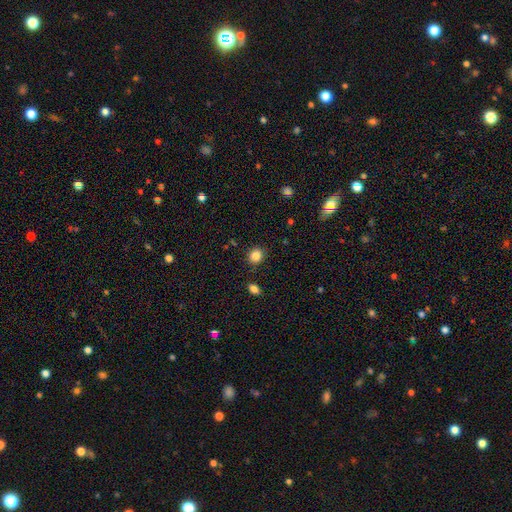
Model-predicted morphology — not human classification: Overall: smooth (85%). How rounded: round (78%). Merging: none (86%).